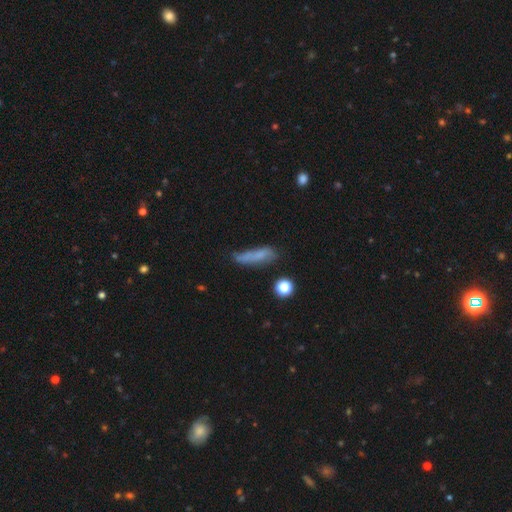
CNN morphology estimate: smooth_or_featured: smooth (p=0.65) [alt: featured or disk p=0.23]
how_rounded: cigar-shaped (p=0.71) [alt: in between p=0.25]
merging: none (p=0.54) [alt: minor disturbance p=0.29]